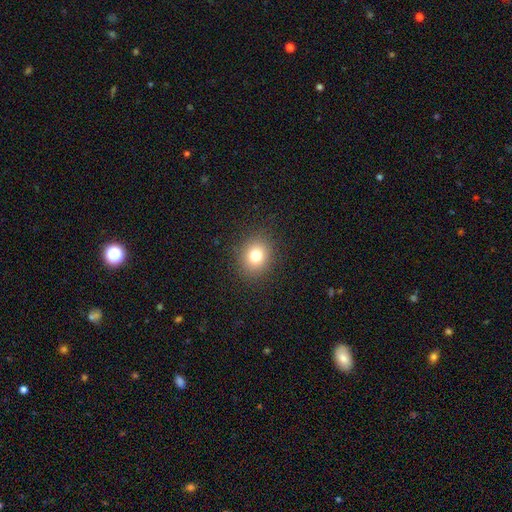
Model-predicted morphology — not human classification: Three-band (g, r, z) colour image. It shows a smooth galaxy with no disk features (78%) that is round (70%). Merging: none (89%).